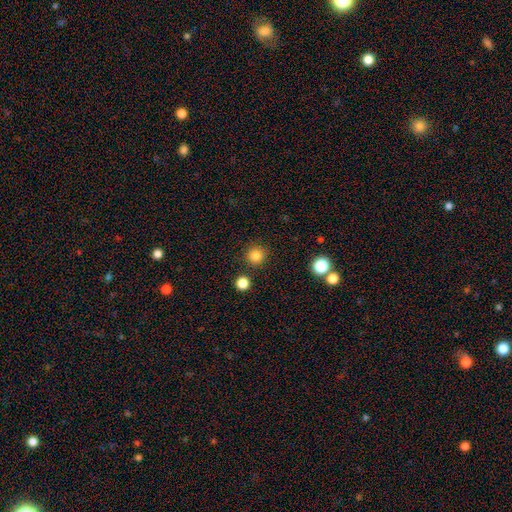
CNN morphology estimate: Smooth or featured? smooth (84%)
How rounded? round (95%)
Merging? none (90%)